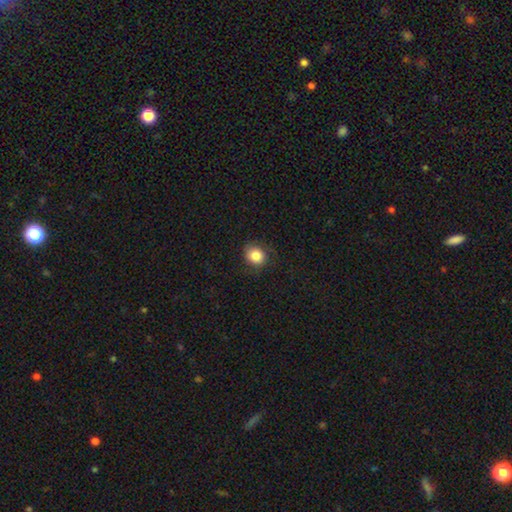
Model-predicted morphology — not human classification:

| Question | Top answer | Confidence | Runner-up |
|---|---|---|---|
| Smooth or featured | smooth | 84% | star or artifact (10%) |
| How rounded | round | 72% | in between (28%) |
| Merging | none | 81% | minor disturbance (14%) |